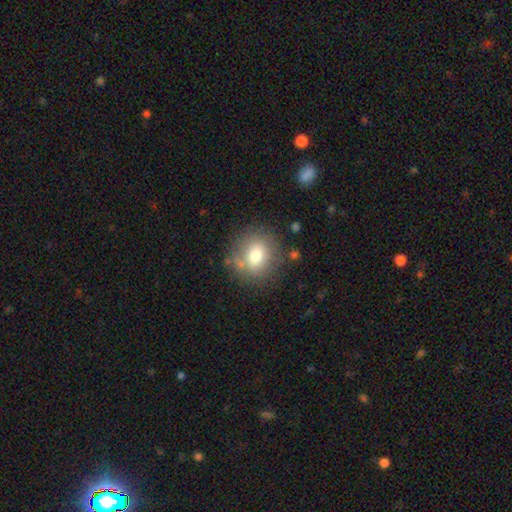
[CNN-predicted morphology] smooth-or-featured: smooth: 74% | featured or disk: 15% | star or artifact: 11%
  how-rounded: round: 79% | in between: 20% | cigar-shaped: 1%
  merging: none: 77% | minor disturbance: 14% | major disturbance: 5% | merger: 5%